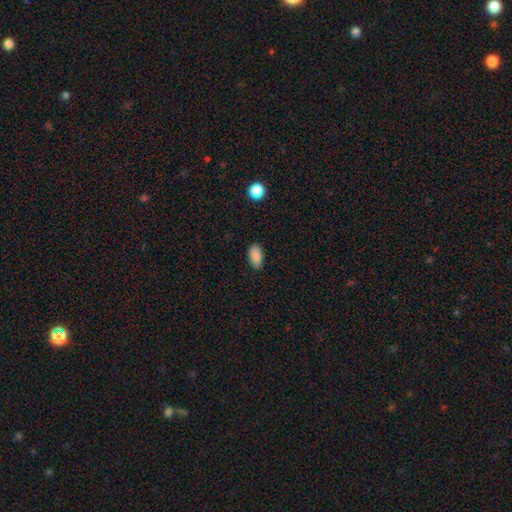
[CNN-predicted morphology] smooth 88%, star or artifact 7%, featured or disk 4%. Down the decision tree: how rounded — in between (93%); merging — none (85%).